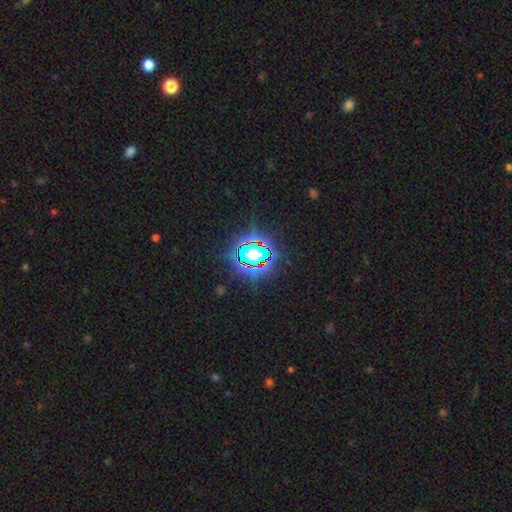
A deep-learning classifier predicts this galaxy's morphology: This is likely a star or artifact rather than a galaxy (79%).